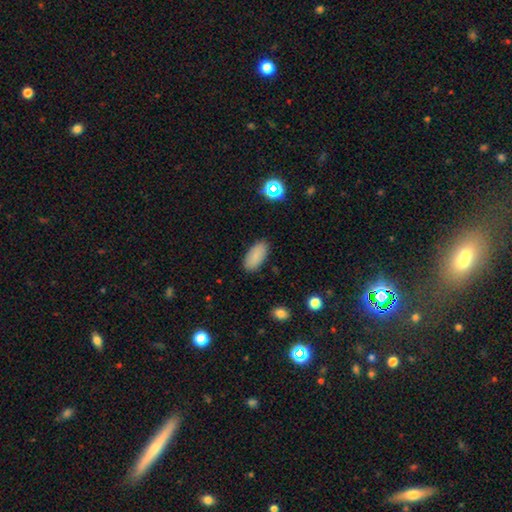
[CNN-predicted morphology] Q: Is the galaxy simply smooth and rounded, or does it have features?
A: smooth — 86%.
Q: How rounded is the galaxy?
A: in between — 90%.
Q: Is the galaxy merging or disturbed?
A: none — 87%.